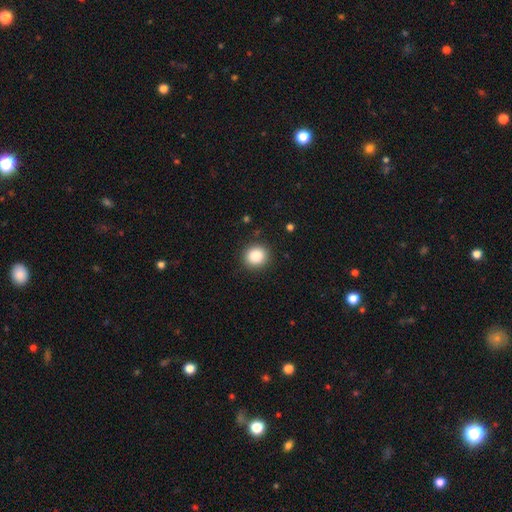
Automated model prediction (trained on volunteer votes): Q: Smooth or featured?
A: smooth (87%); runner-up: star or artifact (9%)
Q: How rounded?
A: round (83%); runner-up: in between (16%)
Q: Merging?
A: none (90%); runner-up: minor disturbance (7%)